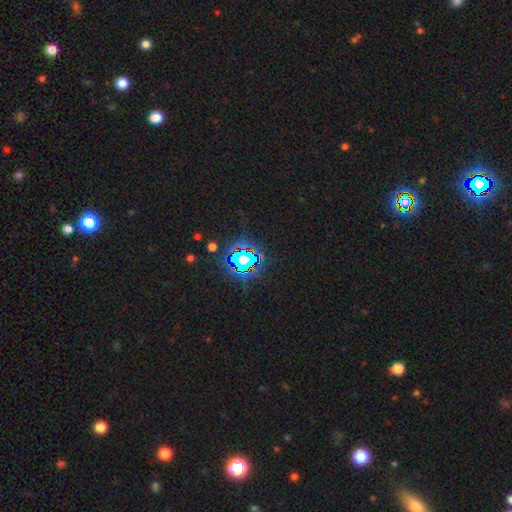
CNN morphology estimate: A star or artifact, not a galaxy (77%).